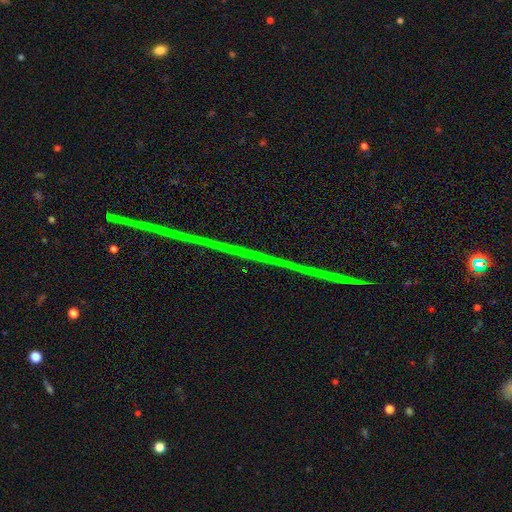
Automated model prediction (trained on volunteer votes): Smooth or featured? star or artifact (87%)